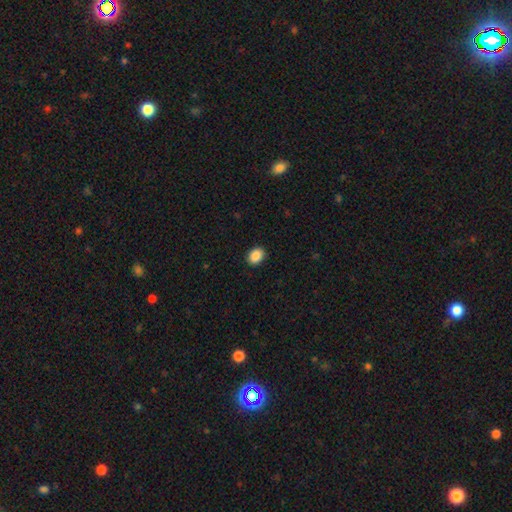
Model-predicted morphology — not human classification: Q: Smooth or featured?
A: smooth (89%); runner-up: star or artifact (8%)
Q: How rounded?
A: in between (60%); runner-up: round (39%)
Q: Merging?
A: none (91%); runner-up: minor disturbance (7%)